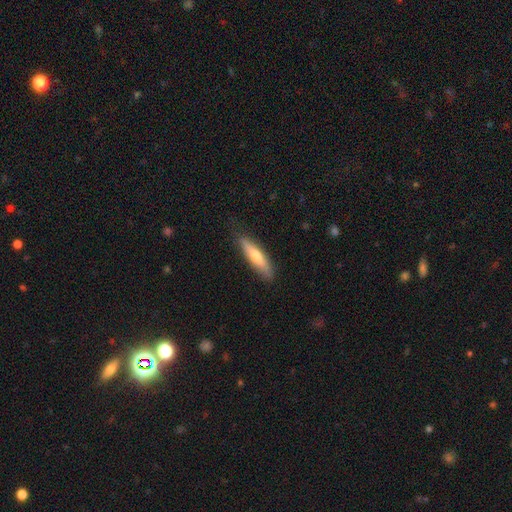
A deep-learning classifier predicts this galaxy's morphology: This appears to be a smooth galaxy with no disk features (59%) that is cigar-shaped (77%). Merging: none (84%).